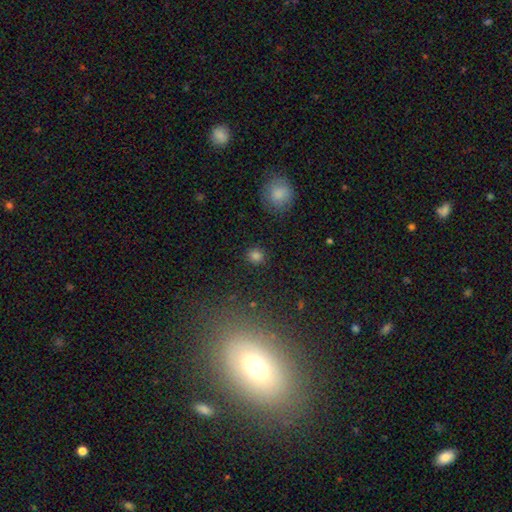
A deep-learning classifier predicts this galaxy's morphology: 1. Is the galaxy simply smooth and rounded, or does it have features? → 82% smooth, 13% star or artifact, 5% featured or disk.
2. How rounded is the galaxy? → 89% round, 10% in between, 1% cigar-shaped.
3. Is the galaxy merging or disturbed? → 89% none, 7% minor disturbance, 3% major disturbance, 2% merger.